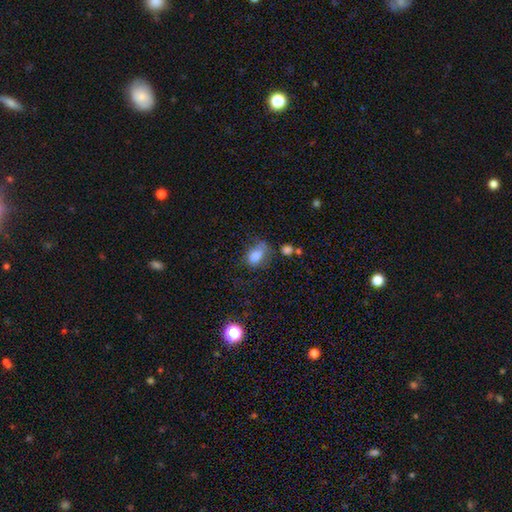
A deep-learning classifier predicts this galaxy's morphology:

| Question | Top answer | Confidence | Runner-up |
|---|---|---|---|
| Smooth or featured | smooth | 78% | featured or disk (11%) |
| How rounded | in between | 78% | round (20%) |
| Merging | none | 45% | minor disturbance (30%) |